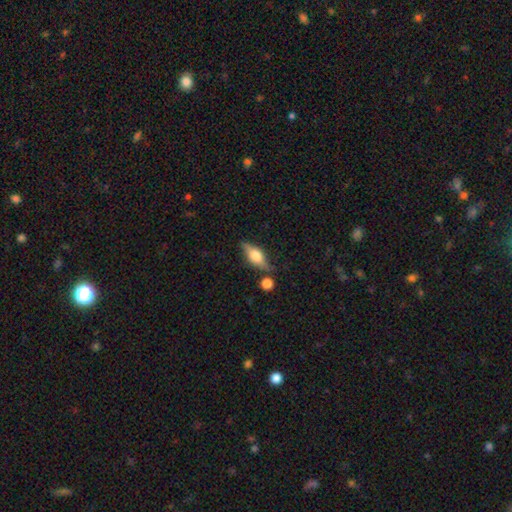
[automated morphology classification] smooth_or_featured: featured or disk (p=0.52) [alt: smooth p=0.41]
disk_edge_on: yes (p=0.88) [alt: no p=0.12]
merging: none (p=0.71) [alt: minor disturbance p=0.17]